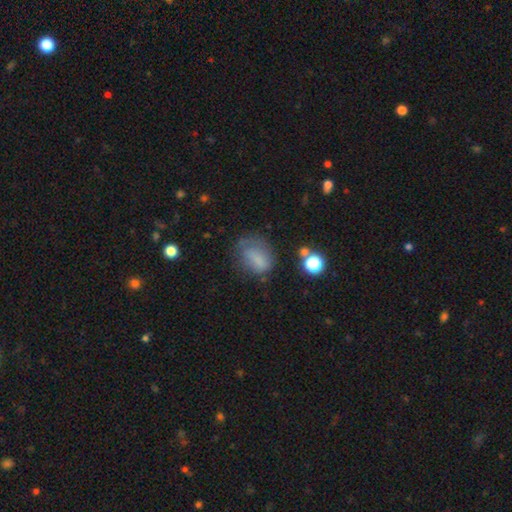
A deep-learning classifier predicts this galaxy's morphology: smooth_or_featured: smooth (p=0.66) [alt: featured or disk p=0.19]
how_rounded: in between (p=0.69) [alt: round p=0.29]
merging: none (p=0.45) [alt: minor disturbance p=0.30]